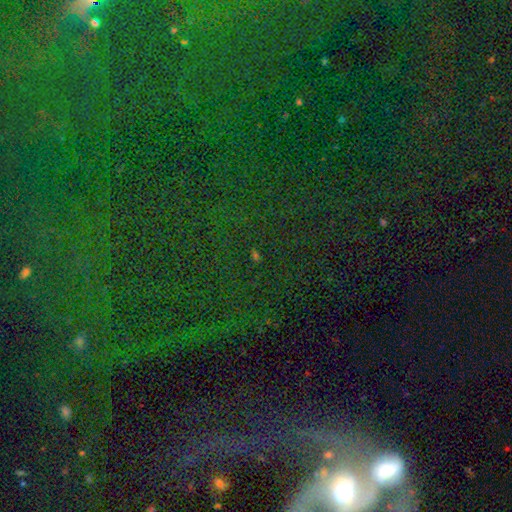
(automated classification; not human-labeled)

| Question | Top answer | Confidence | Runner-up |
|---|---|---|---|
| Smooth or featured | star or artifact | 70% | smooth (21%) |